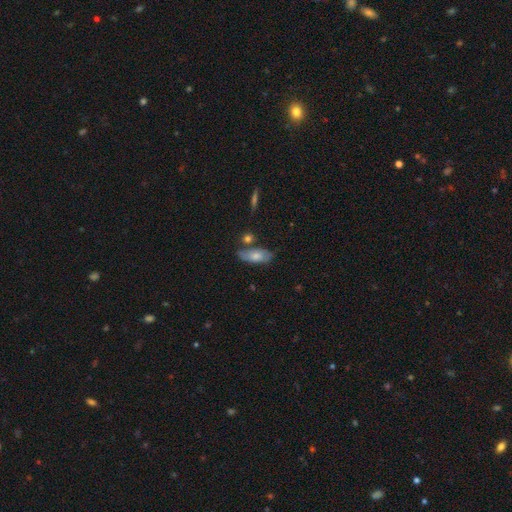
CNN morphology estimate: smooth_or_featured: smooth (p=0.67) [alt: featured or disk p=0.26]
how_rounded: in between (p=0.84) [alt: cigar-shaped p=0.13]
merging: none (p=0.62) [alt: minor disturbance p=0.21]